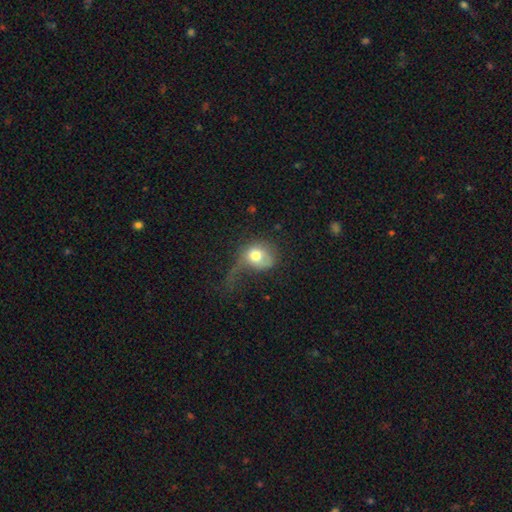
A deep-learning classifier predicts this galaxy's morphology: The model was most divided on "how rounded": round: 64%, in between: 35%, cigar-shaped: 2%. More confident: smooth or featured — smooth (69%); merging — major disturbance (57%).